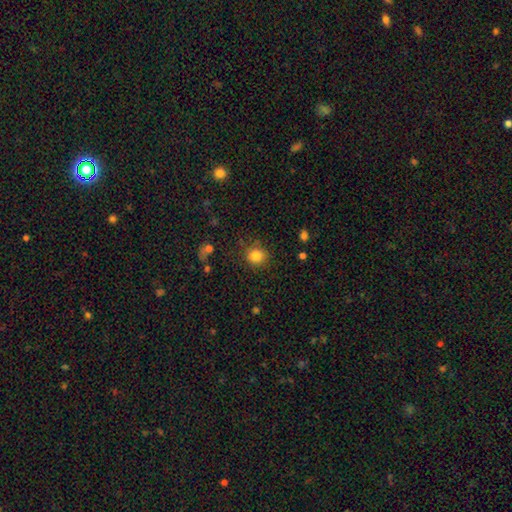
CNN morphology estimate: smooth-or-featured: smooth: 84% | star or artifact: 11% | featured or disk: 5%
  how-rounded: round: 83% | in between: 16% | cigar-shaped: 1%
  merging: none: 83% | minor disturbance: 11% | major disturbance: 4% | merger: 2%